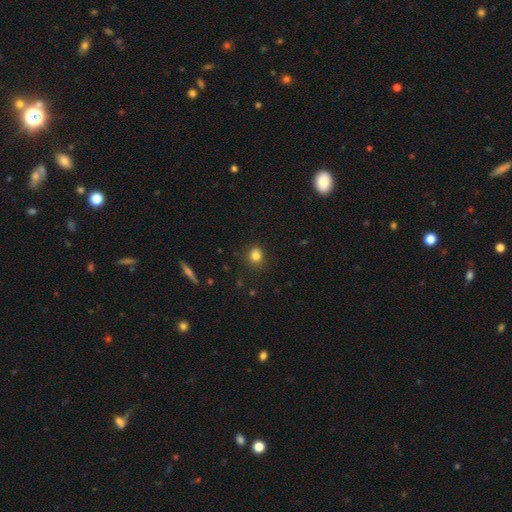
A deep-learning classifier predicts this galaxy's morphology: smooth 82%, star or artifact 11%, featured or disk 6%. Down the decision tree: how rounded — round (66%); merging — none (82%).